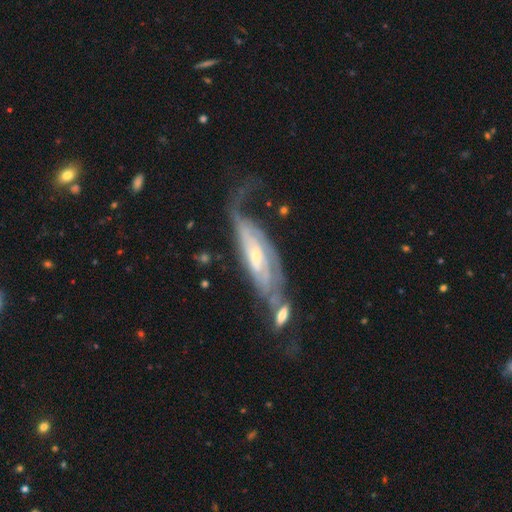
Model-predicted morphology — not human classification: Smooth or featured? featured or disk (82%)
Edge-on disk? no (80%)
Bar? no (43%)
Spiral arms? yes (92%)
Spiral winding? tight (45%)
Spiral arm count? 2 (42%)
Bulge size? small (49%)
Merging? none (35%)